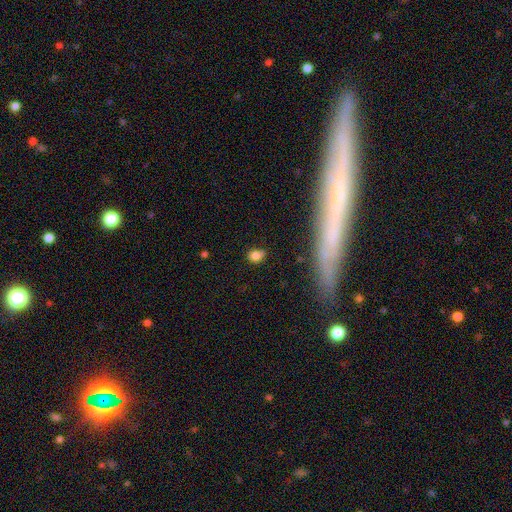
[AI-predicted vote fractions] Overall: smooth (80%). How rounded: round (52%; in between 47%). Merging: none (72%).